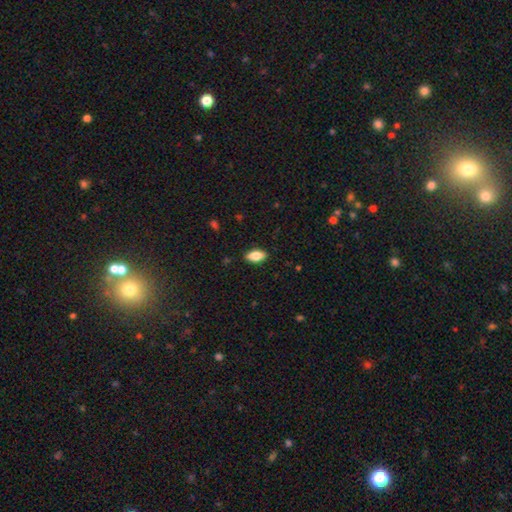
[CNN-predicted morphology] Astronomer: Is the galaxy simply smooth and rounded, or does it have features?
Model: smooth — 81%.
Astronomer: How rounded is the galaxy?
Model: in between — 88%.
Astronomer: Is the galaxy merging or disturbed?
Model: none — 88%.